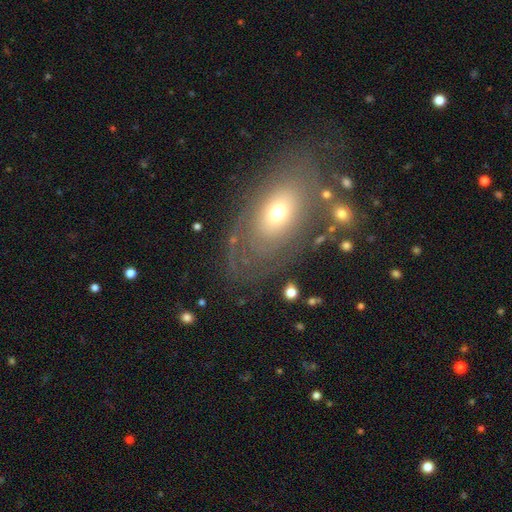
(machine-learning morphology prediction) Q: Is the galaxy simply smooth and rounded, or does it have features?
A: featured or disk — 50%.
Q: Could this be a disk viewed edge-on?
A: no — 88%.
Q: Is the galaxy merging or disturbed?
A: none — 73%.